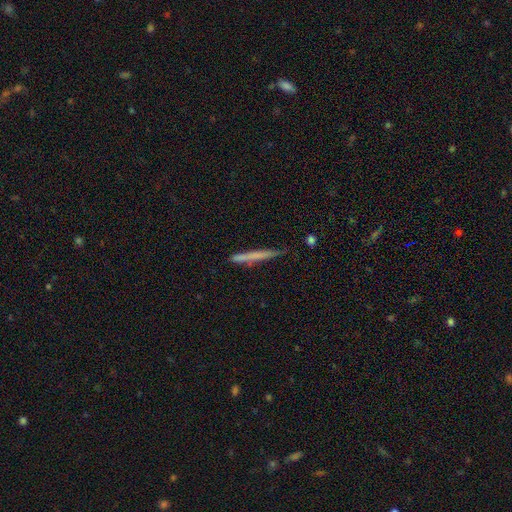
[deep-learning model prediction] Smooth or featured: smooth — 64% (featured or disk — 31%)
How rounded: cigar-shaped — 97% (in between — 2%)
Merging: none — 79% (minor disturbance — 16%)